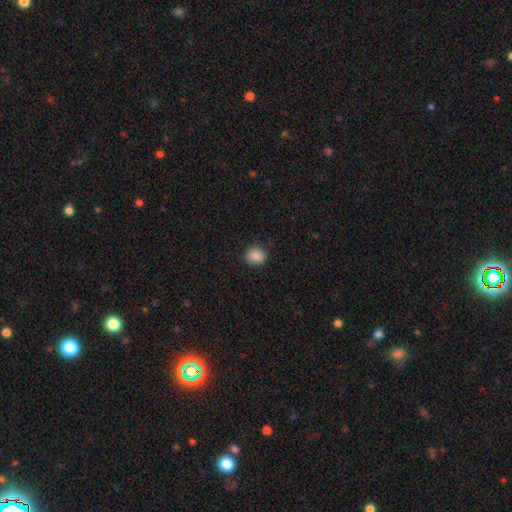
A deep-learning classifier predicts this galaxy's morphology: smooth 87%, star or artifact 10%, featured or disk 3%. Down the decision tree: how rounded — round (77%); merging — none (85%).